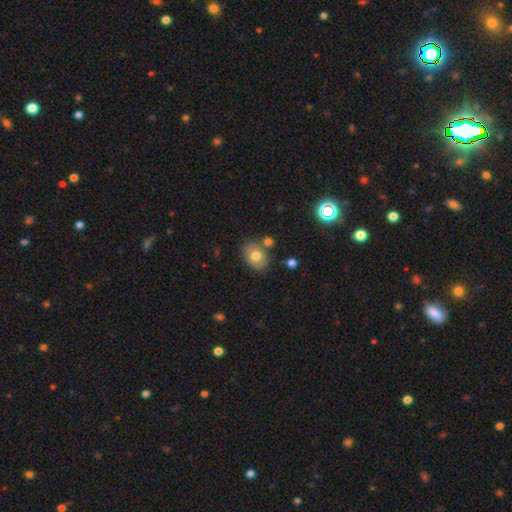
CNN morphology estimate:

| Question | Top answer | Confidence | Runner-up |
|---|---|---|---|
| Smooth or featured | smooth | 74% | featured or disk (16%) |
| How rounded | in between | 62% | round (37%) |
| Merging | none | 73% | minor disturbance (13%) |